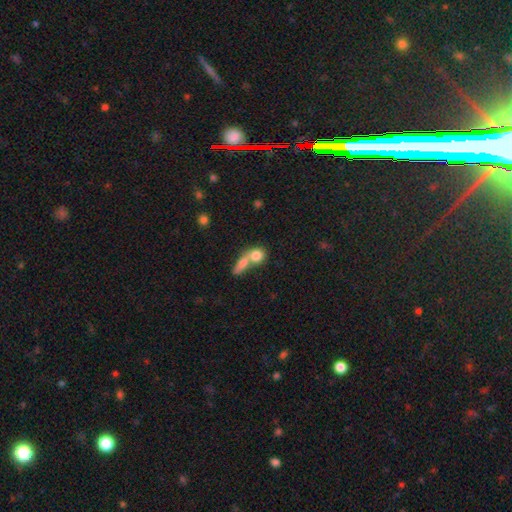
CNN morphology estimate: A smooth galaxy with no disk features (77%) that is round (62%).

Vote fractions:
- Smooth or featured? smooth: 77% / featured or disk: 14% / star or artifact: 8%
- How rounded? round: 62% / in between: 32% / cigar-shaped: 6%
- Merging? merger: 65% / none: 25% / minor disturbance: 6% / major disturbance: 4%